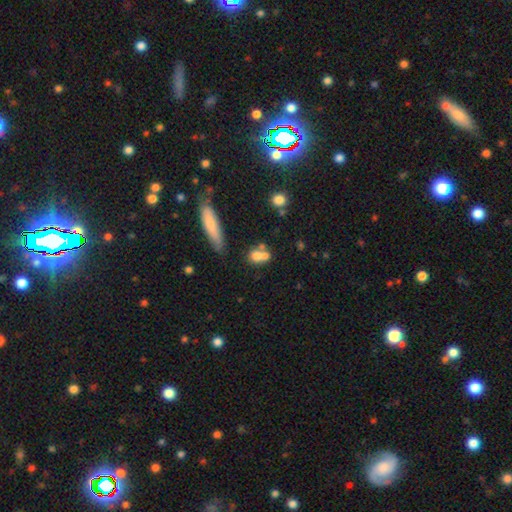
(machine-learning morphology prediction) smooth 67%, featured or disk 21%, star or artifact 12%. Down the decision tree: how rounded — round (52%); merging — merger (50%).